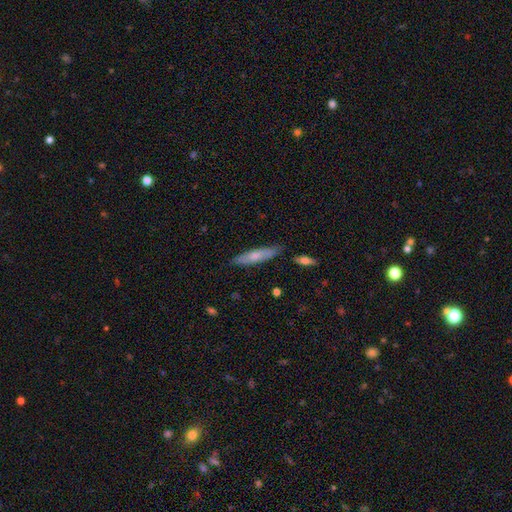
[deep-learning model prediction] This appears to be a smooth galaxy with no disk features (63%) that is cigar-shaped (81%). Merging: none (83%).